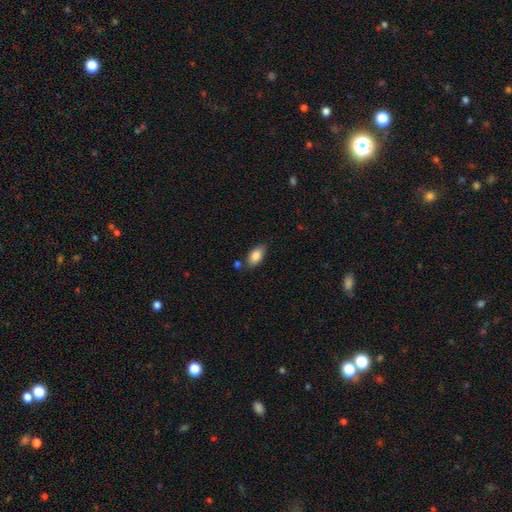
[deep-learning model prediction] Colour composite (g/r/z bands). It shows a smooth galaxy with no disk features (85%) that is in between round and cigar-shaped (92%). Merging: none (74%).